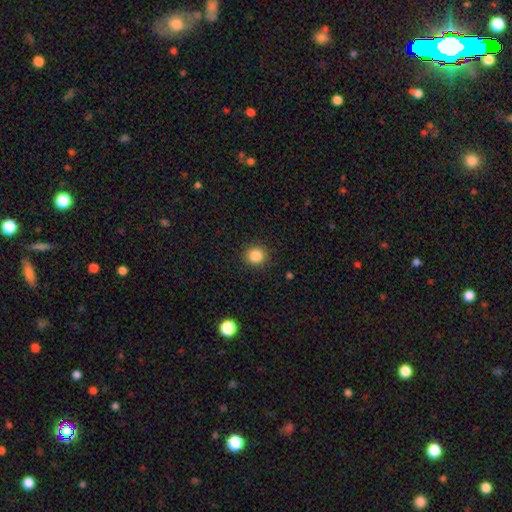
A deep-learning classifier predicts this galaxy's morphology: This appears to be a smooth galaxy with no disk features (85%) that is round (92%). Merging: none (91%).